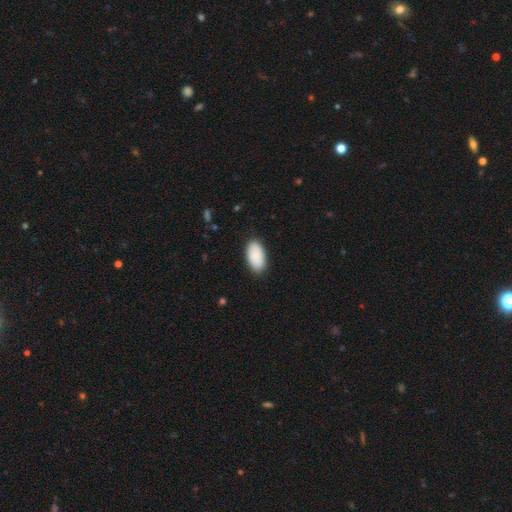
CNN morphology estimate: type=smooth (87%); roundness=in between (96%); merging=none (86%).